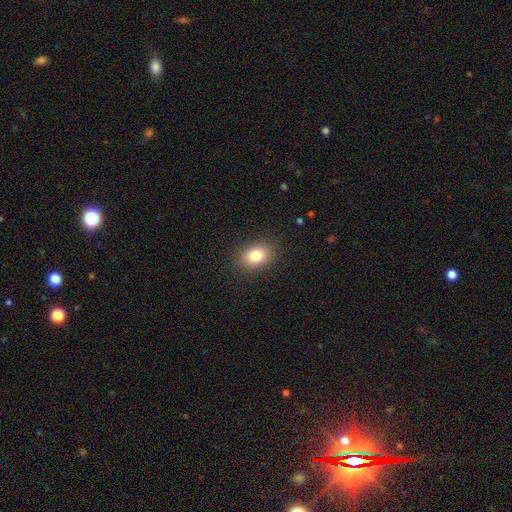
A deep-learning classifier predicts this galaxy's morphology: Smooth or featured? Predicted: smooth (p=0.81). How rounded? Predicted: in between (p=0.71). Merging? Predicted: none (p=0.87).